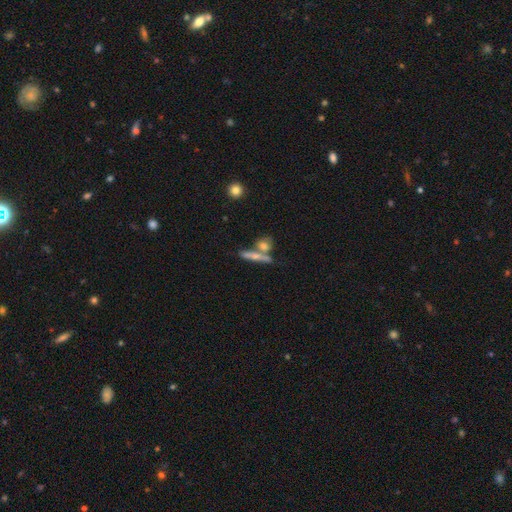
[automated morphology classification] Overall: smooth (55%; featured or disk 36%). How rounded: cigar-shaped (72%). Merging: none (56%; merger 29%).